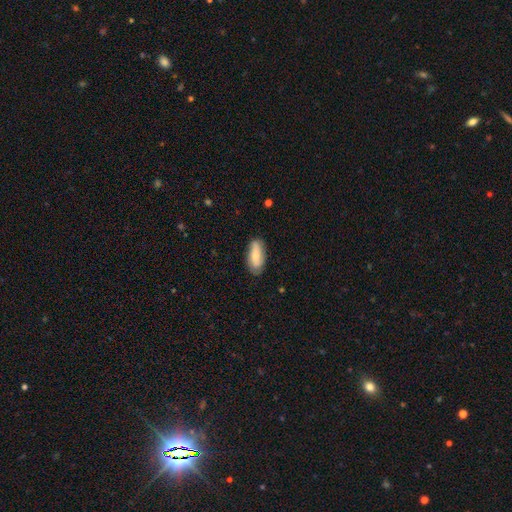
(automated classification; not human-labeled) Morphology: type=smooth (61%); roundness=in between (83%); merging=none (77%).